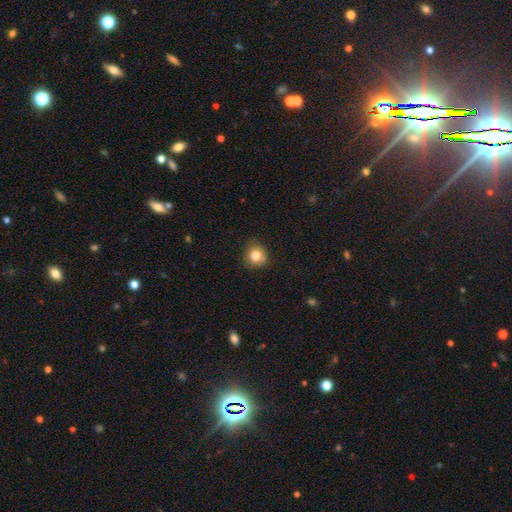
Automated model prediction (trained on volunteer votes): Smooth or featured? smooth (81%)
How rounded? round (89%)
Merging? none (85%)